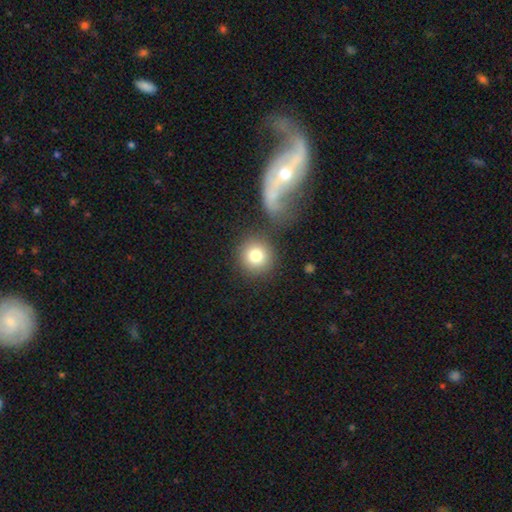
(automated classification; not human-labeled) Q: Smooth or featured?
A: smooth (81%); runner-up: featured or disk (9%)
Q: How rounded?
A: round (91%); runner-up: in between (8%)
Q: Merging?
A: none (75%); runner-up: merger (11%)